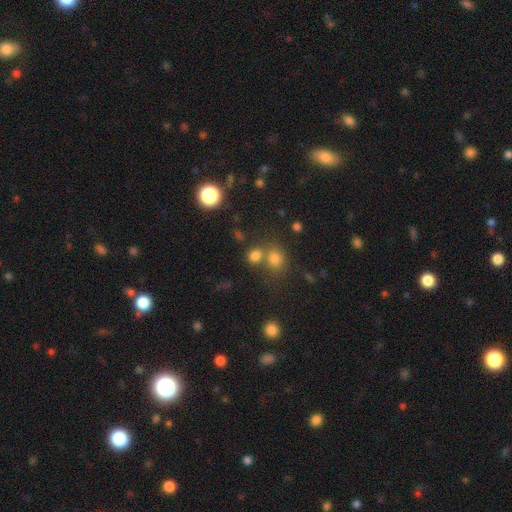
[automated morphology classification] Q: Smooth or featured?
A: smooth (75%); runner-up: star or artifact (18%)
Q: How rounded?
A: round (70%); runner-up: in between (29%)
Q: Merging?
A: none (54%); runner-up: merger (34%)